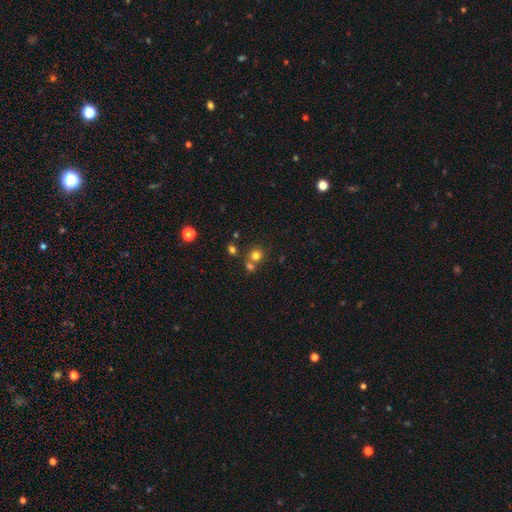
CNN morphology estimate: Smooth or featured: smooth — 76% (star or artifact — 15%)
How rounded: round — 87% (in between — 12%)
Merging: none — 56% (merger — 34%)